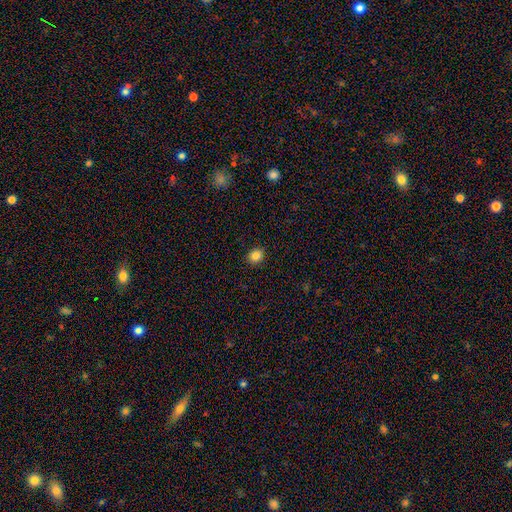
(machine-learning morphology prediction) smooth_or_featured: smooth (p=0.86) [alt: star or artifact p=0.10]
how_rounded: round (p=0.59) [alt: in between p=0.40]
merging: none (p=0.91) [alt: minor disturbance p=0.06]